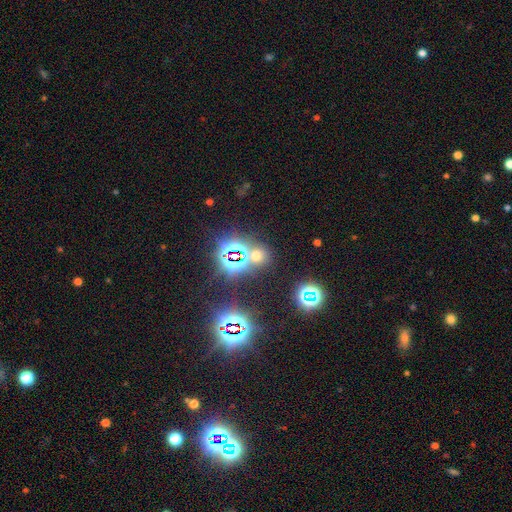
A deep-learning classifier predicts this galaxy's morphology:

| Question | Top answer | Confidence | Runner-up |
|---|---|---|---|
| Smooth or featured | star or artifact | 59% | smooth (34%) |